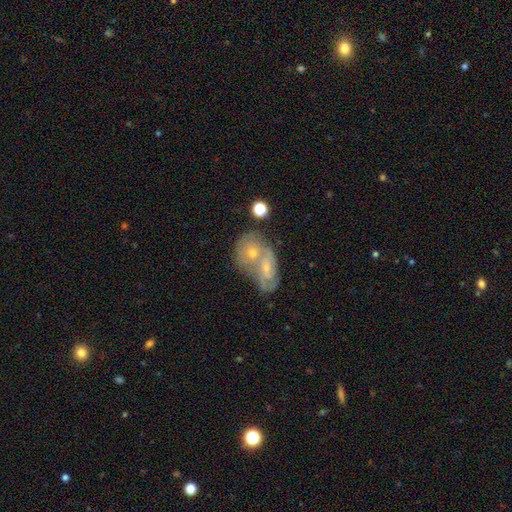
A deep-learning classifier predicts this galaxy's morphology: type=featured or disk (61%); edge-on=no (94%); bar=no (63%); spiral arms=yes (73%); bulge=small (61%); merging=merger (54%).